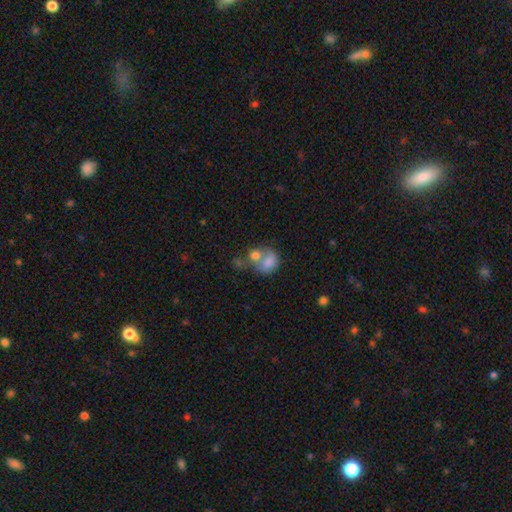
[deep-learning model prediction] A smooth galaxy with no disk features (56%) that is round (54%). Merging: merger (48%).